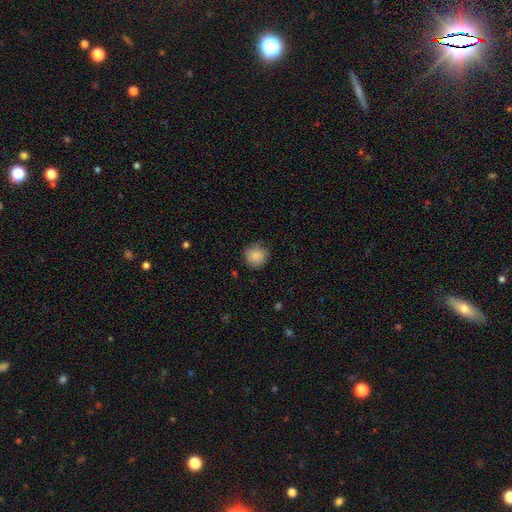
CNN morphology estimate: smooth 87%, star or artifact 8%, featured or disk 5%. Down the decision tree: how rounded — round (91%); merging — none (78%).